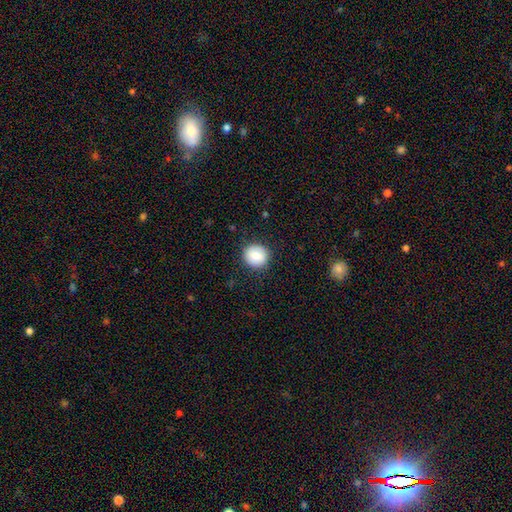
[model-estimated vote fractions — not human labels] Overall: smooth (85%). How rounded: round (92%). Merging: none (89%).